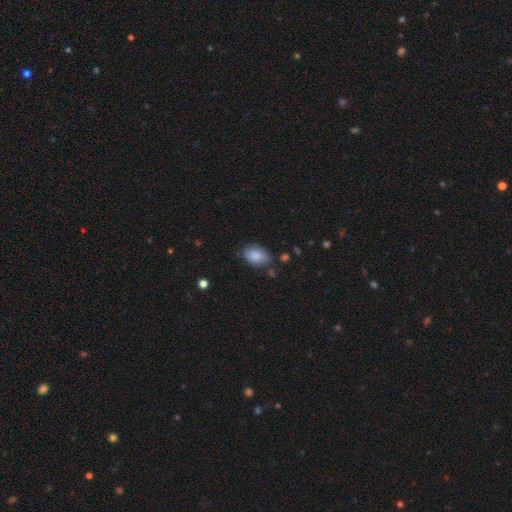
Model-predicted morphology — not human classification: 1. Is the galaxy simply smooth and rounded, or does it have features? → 83% smooth, 10% featured or disk, 7% star or artifact.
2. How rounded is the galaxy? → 86% in between, 13% round, 1% cigar-shaped.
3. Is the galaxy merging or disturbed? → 69% none, 23% minor disturbance, 5% major disturbance, 3% merger.